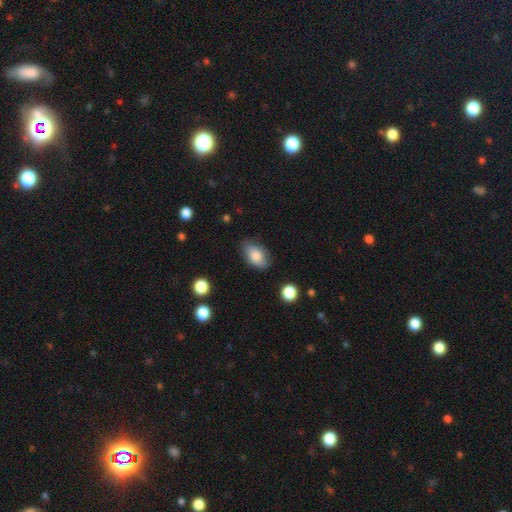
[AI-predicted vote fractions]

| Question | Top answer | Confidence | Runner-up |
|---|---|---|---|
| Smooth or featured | smooth | 82% | featured or disk (11%) |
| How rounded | in between | 89% | round (9%) |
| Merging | none | 74% | minor disturbance (20%) |